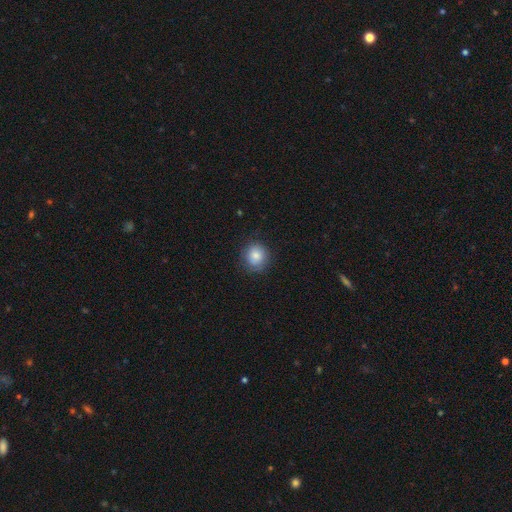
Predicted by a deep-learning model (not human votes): Smooth or featured? smooth (80%)
How rounded? round (85%)
Merging? none (82%)